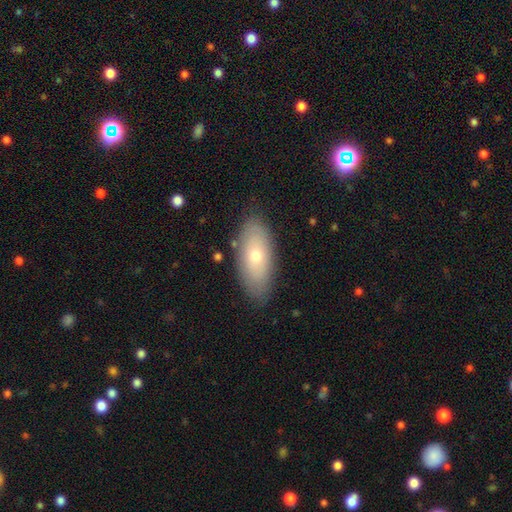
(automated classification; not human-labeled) smooth 61%, featured or disk 32%, star or artifact 7%. Down the decision tree: how rounded — in between (87%); merging — none (83%).